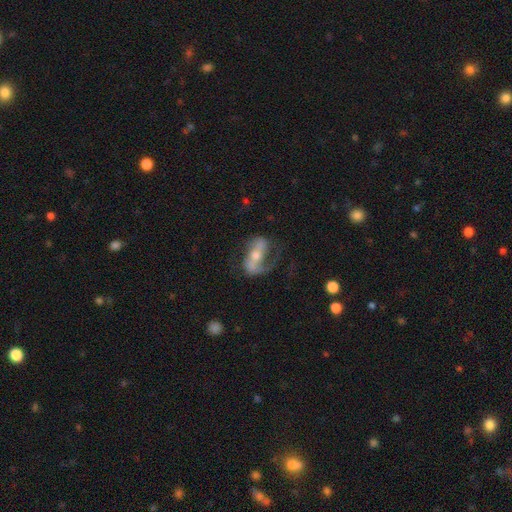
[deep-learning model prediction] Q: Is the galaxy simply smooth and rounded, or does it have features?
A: featured or disk — 73%.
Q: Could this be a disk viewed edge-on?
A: no — 91%.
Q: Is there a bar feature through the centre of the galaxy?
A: strong — 45%.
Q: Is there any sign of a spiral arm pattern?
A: yes — 83%.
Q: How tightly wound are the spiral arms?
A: loose — 45%.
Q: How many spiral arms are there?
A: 2 — 63%.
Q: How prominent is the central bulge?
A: moderate — 56%.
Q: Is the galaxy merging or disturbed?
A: none — 46%.